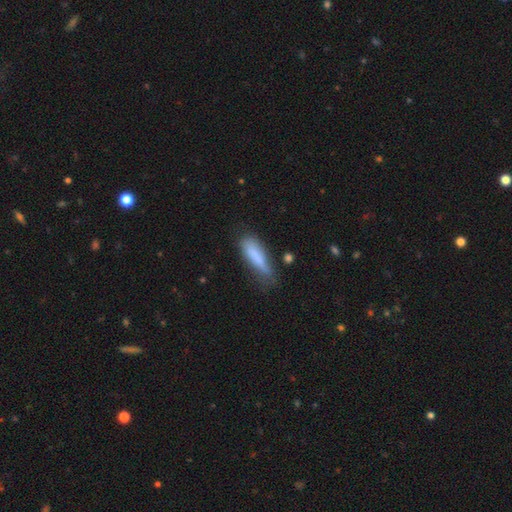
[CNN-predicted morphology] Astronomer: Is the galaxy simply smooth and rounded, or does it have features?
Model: smooth — 80%.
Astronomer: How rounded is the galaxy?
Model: cigar-shaped — 59% (runner-up: in between, 39%).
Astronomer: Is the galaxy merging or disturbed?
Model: none — 47% (runner-up: minor disturbance, 35%).